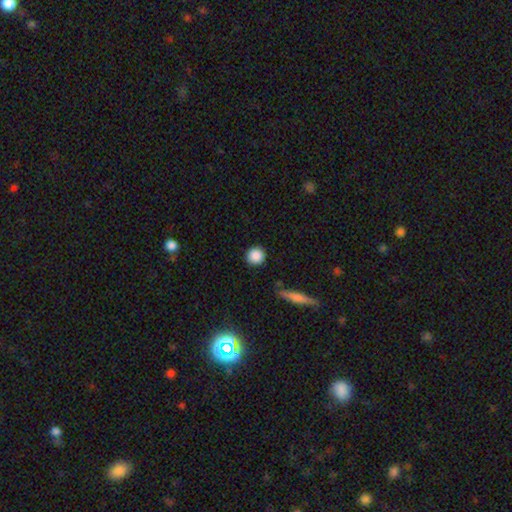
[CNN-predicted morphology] smooth 87%, star or artifact 9%, featured or disk 4%. Down the decision tree: how rounded — round (93%); merging — none (89%).